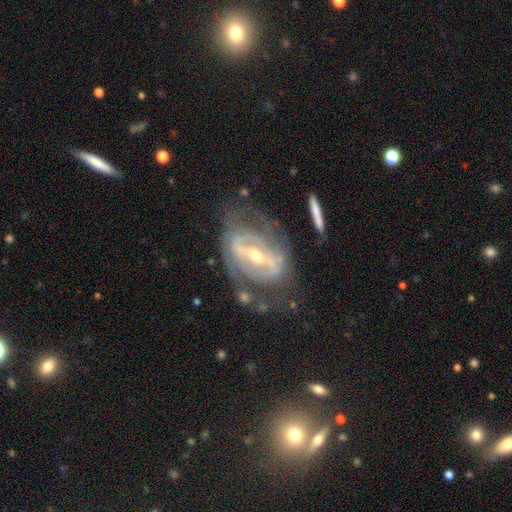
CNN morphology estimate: type=featured or disk (85%); edge-on=no (93%); bar=strong (64%); spiral arms=yes (76%); winding=tight (46%); arm count=2 (58%); bulge=moderate (48%, tied with small); merging=none (58%).